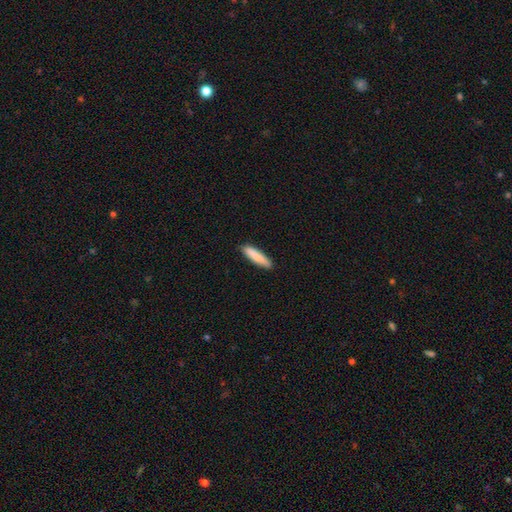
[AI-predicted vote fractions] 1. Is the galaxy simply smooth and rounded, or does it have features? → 86% smooth, 8% featured or disk, 5% star or artifact.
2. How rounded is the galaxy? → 82% cigar-shaped, 17% in between, 1% round.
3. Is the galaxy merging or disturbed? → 89% none, 9% minor disturbance, 2% major disturbance, 1% merger.